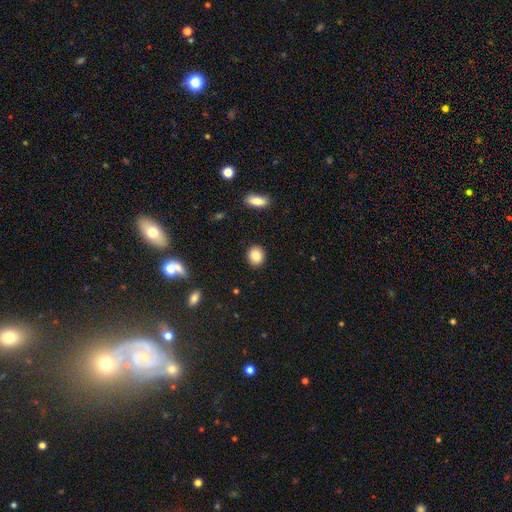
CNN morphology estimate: A smooth galaxy with no disk features (85%) that is round (76%).

Vote fractions:
- Smooth or featured? smooth: 85% / star or artifact: 9% / featured or disk: 6%
- How rounded? round: 76% / in between: 23% / cigar-shaped: 1%
- Merging? none: 91% / minor disturbance: 6% / major disturbance: 2% / merger: 1%